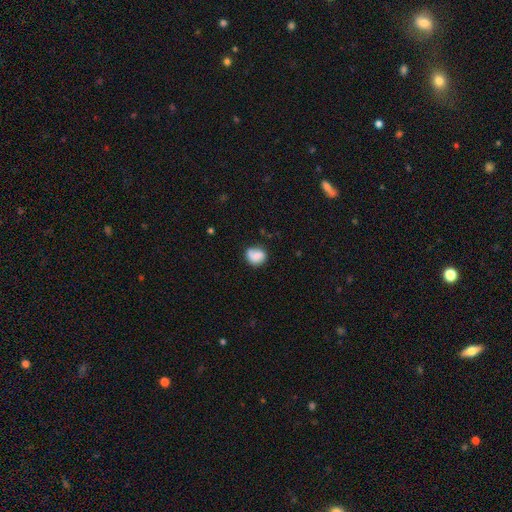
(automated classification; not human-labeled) This appears to be a smooth galaxy with no disk features (74%) that is round (73%). Merging: none (62%).